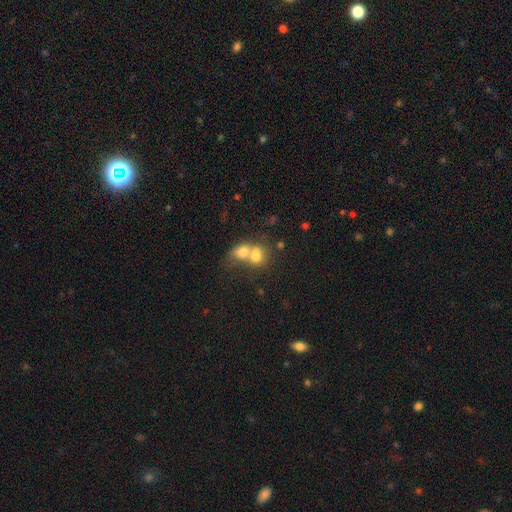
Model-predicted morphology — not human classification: Overall: smooth (70%). How rounded: round (54%; in between 45%). Merging: merger (75%).